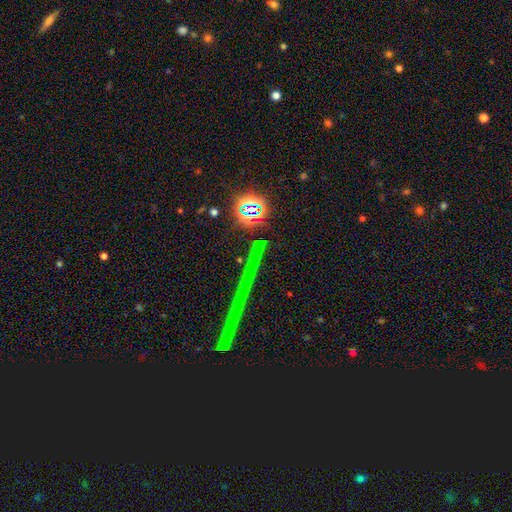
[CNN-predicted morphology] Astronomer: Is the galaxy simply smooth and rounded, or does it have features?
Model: star or artifact — 82%.